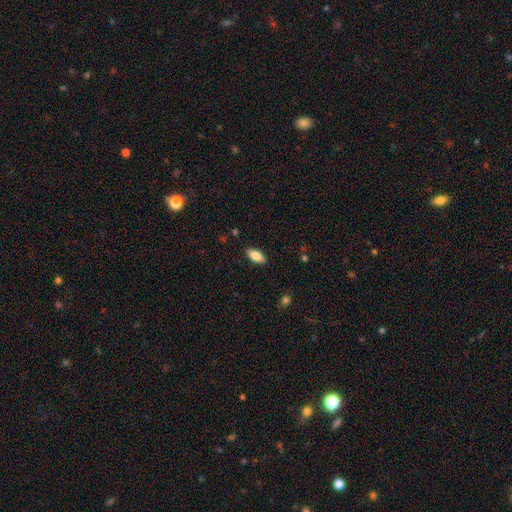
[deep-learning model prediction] A smooth galaxy with no disk features (82%) that is in between round and cigar-shaped (87%). Merging: none (89%).